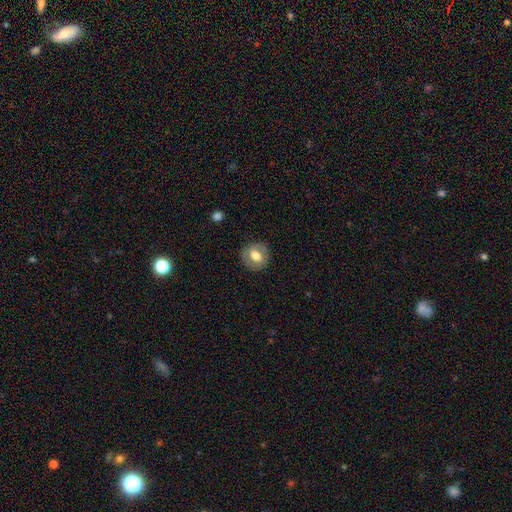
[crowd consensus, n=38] A smooth galaxy with no disk features (79%) that is round (83%). Merging: none (81%).